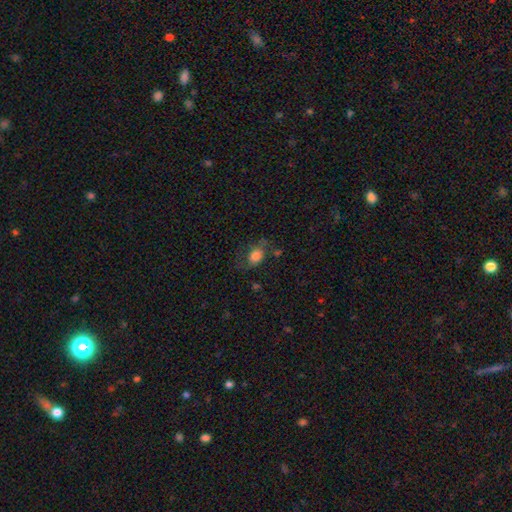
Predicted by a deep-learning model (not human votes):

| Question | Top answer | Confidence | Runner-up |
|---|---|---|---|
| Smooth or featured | smooth | 76% | featured or disk (14%) |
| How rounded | in between | 72% | round (26%) |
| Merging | none | 49% | minor disturbance (27%) |